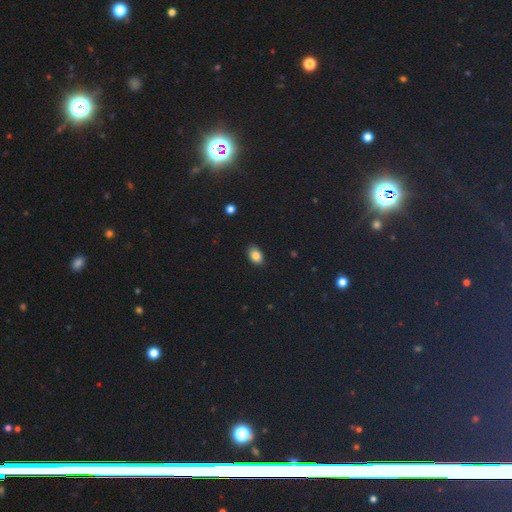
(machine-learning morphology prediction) This appears to be a smooth galaxy with no disk features (85%) that is in between round and cigar-shaped (85%). Merging: none (88%).